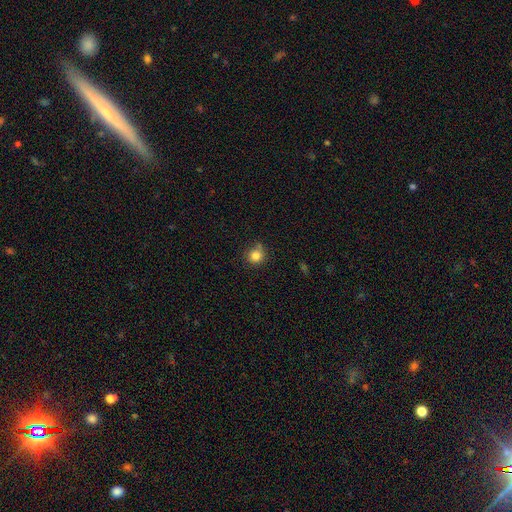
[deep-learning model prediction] This is clearly a smooth galaxy (82%). How rounded: clearly round (89%). Merging: likely none (71%).